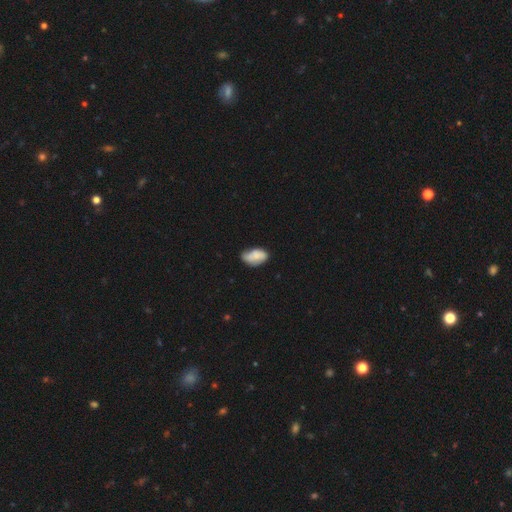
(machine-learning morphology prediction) type=smooth (71%); roundness=in between (92%); merging=none (50%).